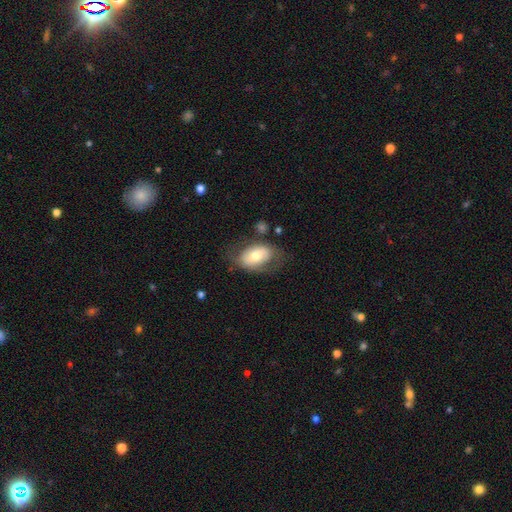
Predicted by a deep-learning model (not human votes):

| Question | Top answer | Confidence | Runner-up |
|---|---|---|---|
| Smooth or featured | smooth | 56% | featured or disk (37%) |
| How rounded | in between | 89% | round (9%) |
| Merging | none | 59% | minor disturbance (22%) |